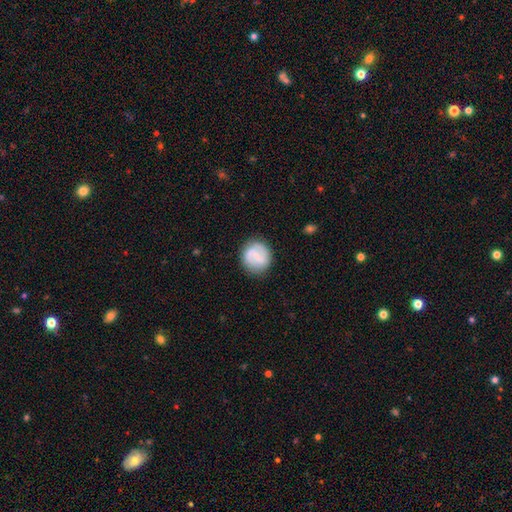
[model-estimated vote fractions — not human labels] Morphology: type=featured or disk (52%); edge-on=no (98%); bar=weak (53%); spiral arms=yes (79%); bulge=small (57%); merging=none (84%).